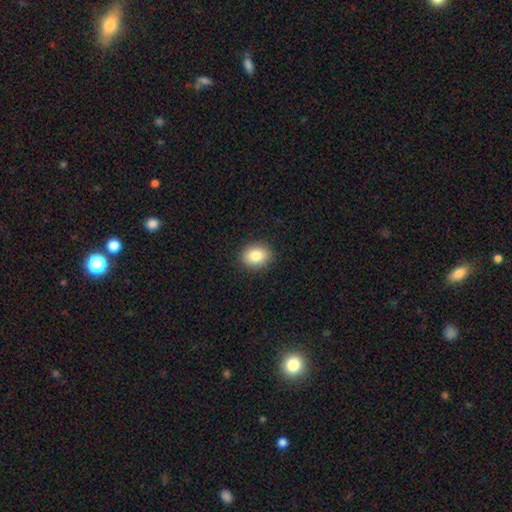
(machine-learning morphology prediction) Smooth or featured? smooth (83%)
How rounded? round (54%)
Merging? none (90%)